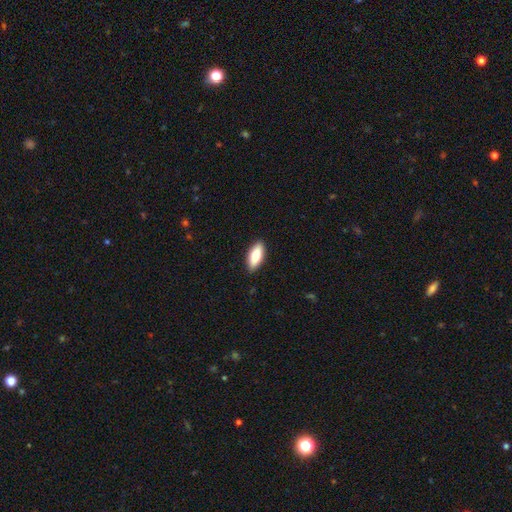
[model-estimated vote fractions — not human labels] The model was most divided on "how rounded": in between: 81%, cigar-shaped: 17%, round: 2%. More confident: merging — none (89%); smooth or featured — smooth (80%).